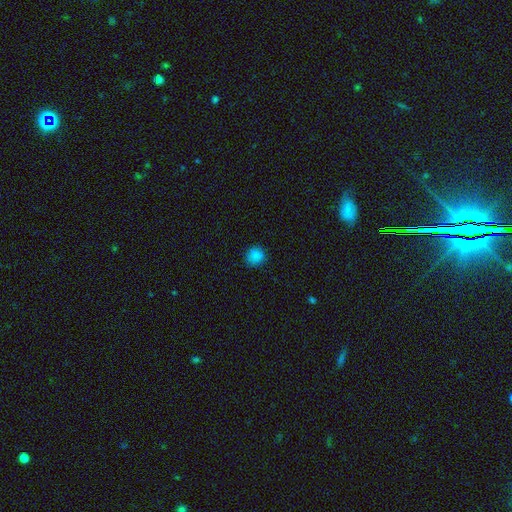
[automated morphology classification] This appears to be a smooth galaxy with no disk features (84%) that is round (89%). Merging: none (88%).